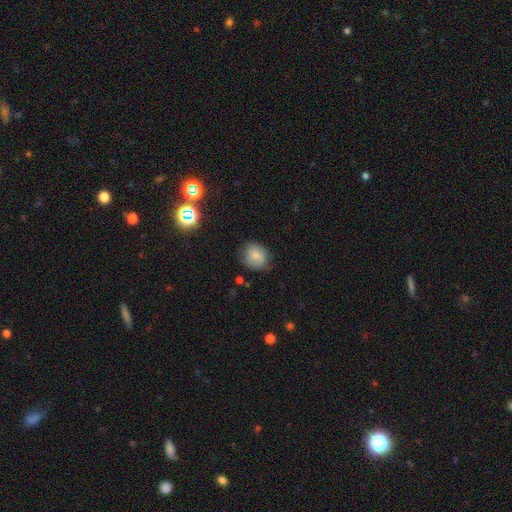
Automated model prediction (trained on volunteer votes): This is likely a smooth galaxy (74%). How rounded: likely round (68%). Merging: likely none (73%).